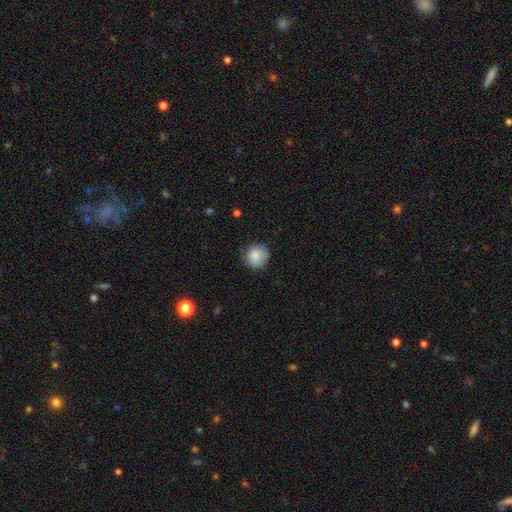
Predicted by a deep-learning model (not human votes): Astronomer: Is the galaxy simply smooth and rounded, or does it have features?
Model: smooth — 84%.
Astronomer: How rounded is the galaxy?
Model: round — 89%.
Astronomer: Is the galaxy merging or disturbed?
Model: none — 77%.